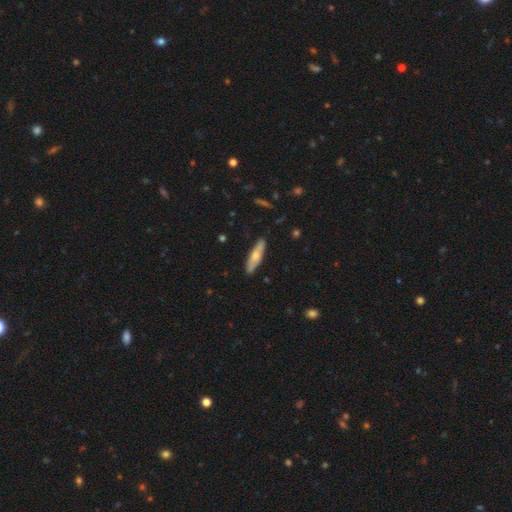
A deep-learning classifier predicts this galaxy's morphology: smooth 58%, featured or disk 37%, star or artifact 6%. Down the decision tree: how rounded — cigar-shaped (70%); merging — none (87%).